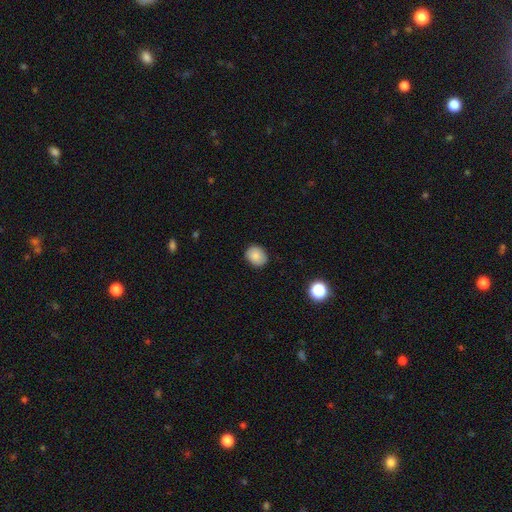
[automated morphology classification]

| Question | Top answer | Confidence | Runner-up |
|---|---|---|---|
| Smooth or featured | smooth | 85% | star or artifact (9%) |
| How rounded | round | 56% | in between (43%) |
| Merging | none | 86% | minor disturbance (11%) |